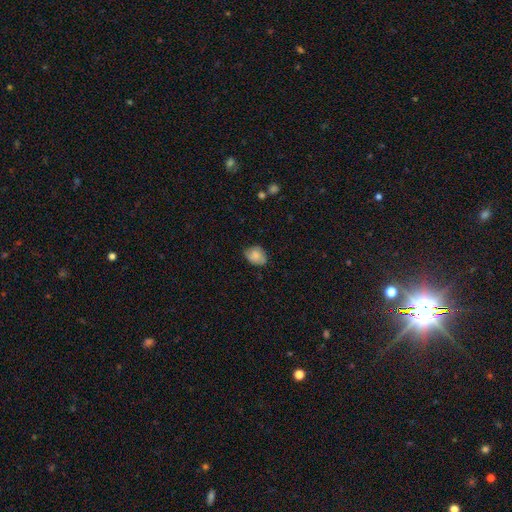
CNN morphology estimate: Smooth or featured: smooth — 78% (featured or disk — 14%)
How rounded: in between — 64% (round — 35%)
Merging: none — 72% (minor disturbance — 22%)